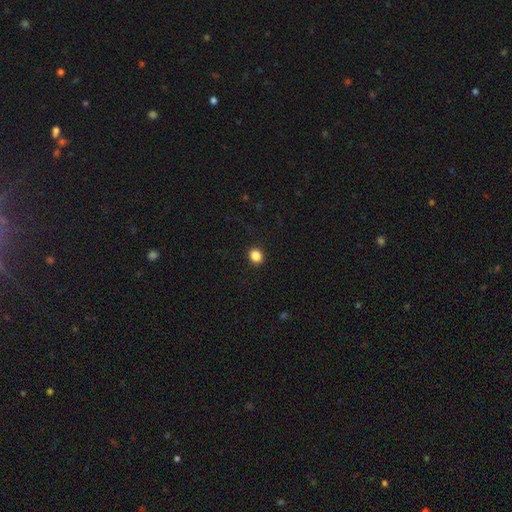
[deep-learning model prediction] A smooth galaxy with no disk features (87%) that is round (73%).

Vote fractions:
- Smooth or featured? smooth: 87% / star or artifact: 10% / featured or disk: 3%
- How rounded? round: 73% / in between: 26% / cigar-shaped: 1%
- Merging? none: 92% / minor disturbance: 6% / major disturbance: 2% / merger: 1%